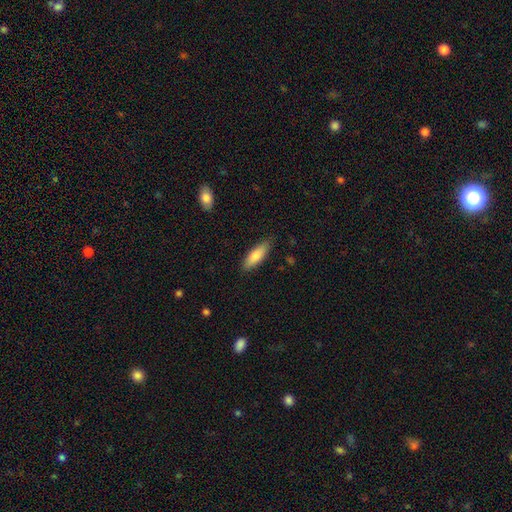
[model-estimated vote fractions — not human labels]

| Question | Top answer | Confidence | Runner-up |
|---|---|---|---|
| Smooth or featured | smooth | 82% | featured or disk (13%) |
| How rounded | in between | 54% | cigar-shaped (44%) |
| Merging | none | 84% | minor disturbance (13%) |